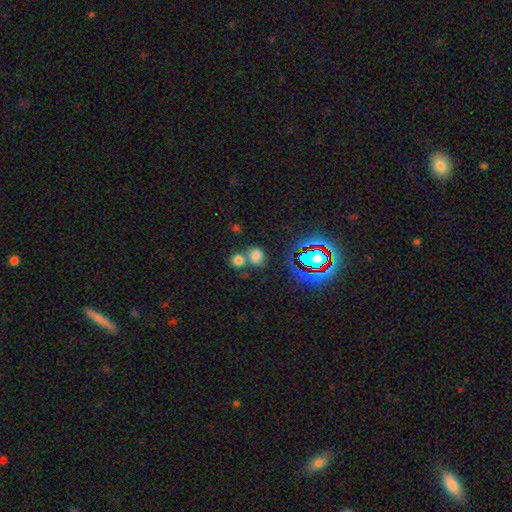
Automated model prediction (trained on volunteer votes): Smooth or featured?
  - smooth: 73% *
  - star or artifact: 19%
  - featured or disk: 8%
How rounded?
  - round: 67% *
  - in between: 32%
  - cigar-shaped: 1%
Merging?
  - none: 49% *
  - merger: 39%
  - minor disturbance: 9%
  - major disturbance: 4%